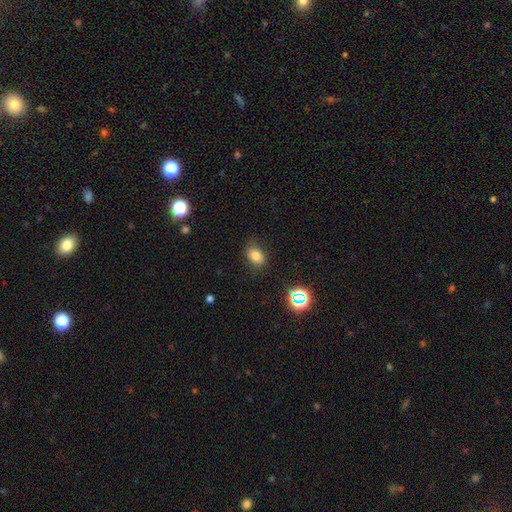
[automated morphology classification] The model was most divided on "how rounded": in between: 73%, round: 25%, cigar-shaped: 1%. More confident: merging — none (78%); smooth or featured — smooth (77%).